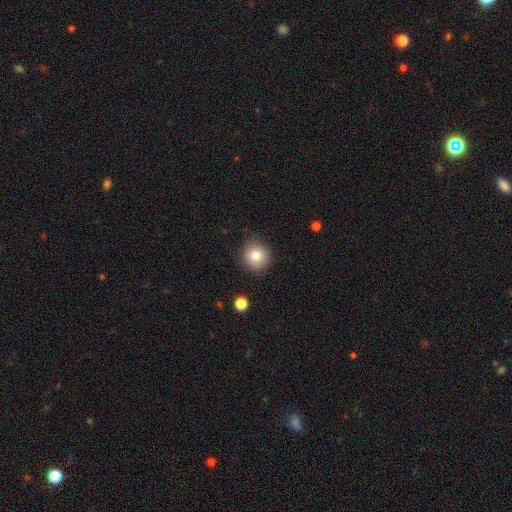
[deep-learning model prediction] Smooth or featured?
  - smooth: 83% *
  - star or artifact: 10%
  - featured or disk: 7%
How rounded?
  - round: 90% *
  - in between: 9%
  - cigar-shaped: 1%
Merging?
  - none: 86% *
  - minor disturbance: 10%
  - major disturbance: 2%
  - merger: 1%